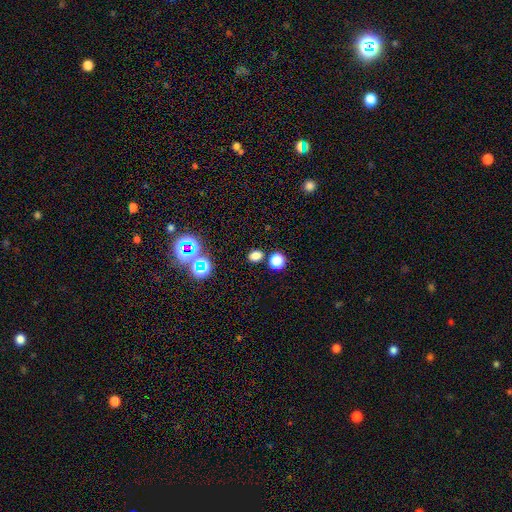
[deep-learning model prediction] A smooth galaxy with no disk features (73%) that is in between round and cigar-shaped (54%).

Vote fractions:
- Smooth or featured? smooth: 73% / star or artifact: 21% / featured or disk: 5%
- How rounded? in between: 54% / round: 45% / cigar-shaped: 1%
- Merging? none: 80% / merger: 9% / minor disturbance: 8% / major disturbance: 3%